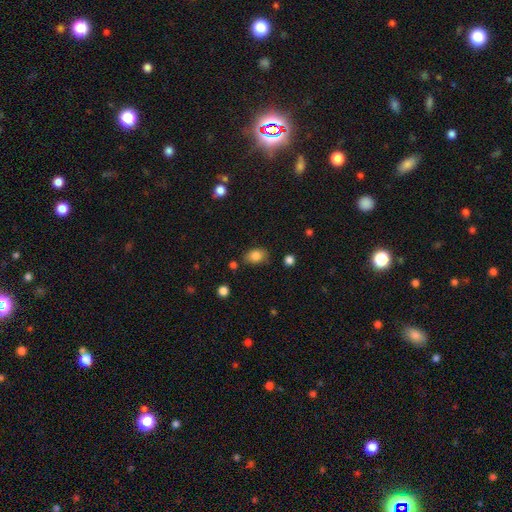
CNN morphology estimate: type=smooth (84%); roundness=in between (78%); merging=none (74%).